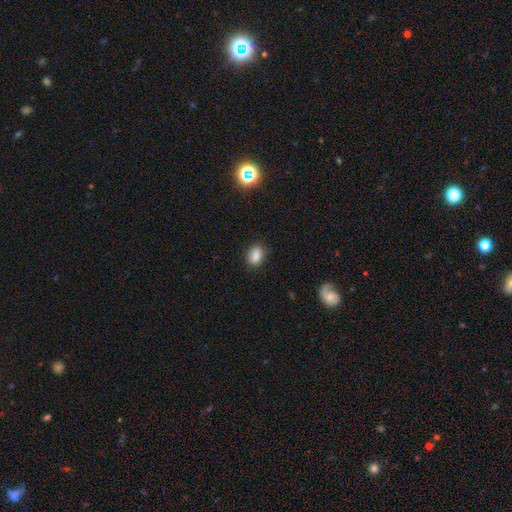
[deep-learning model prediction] Smooth or featured: smooth — 86% (star or artifact — 9%)
How rounded: in between — 77% (round — 22%)
Merging: none — 84% (minor disturbance — 12%)